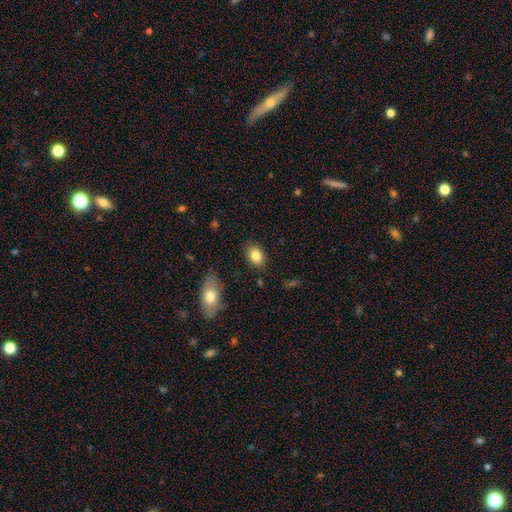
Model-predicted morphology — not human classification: type=smooth (83%); roundness=in between (80%); merging=none (84%).